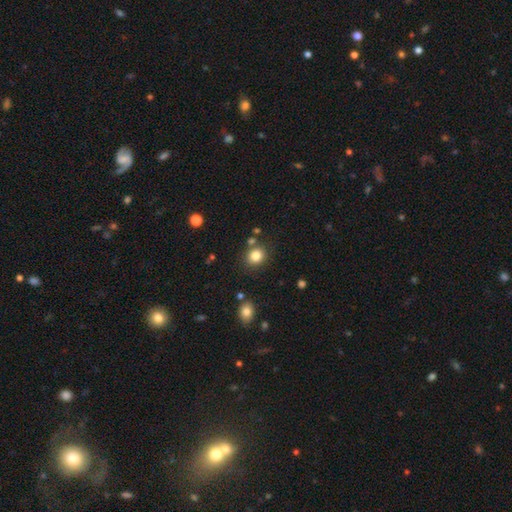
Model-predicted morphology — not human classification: Overall: smooth (83%). How rounded: round (77%). Merging: none (80%).